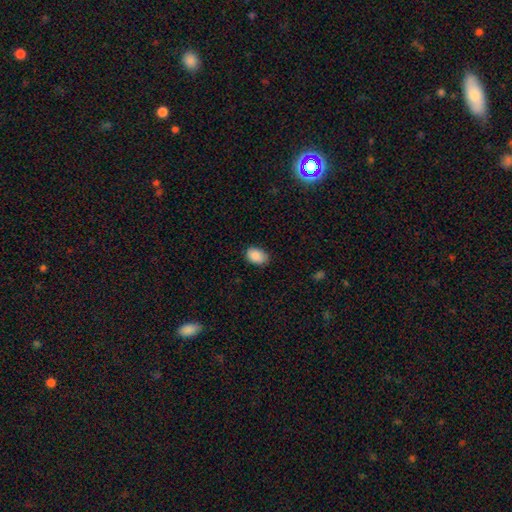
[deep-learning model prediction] smooth-or-featured: smooth: 89% | star or artifact: 8% | featured or disk: 4%
  how-rounded: in between: 84% | round: 15% | cigar-shaped: 1%
  merging: none: 79% | minor disturbance: 18% | major disturbance: 3% | merger: 1%